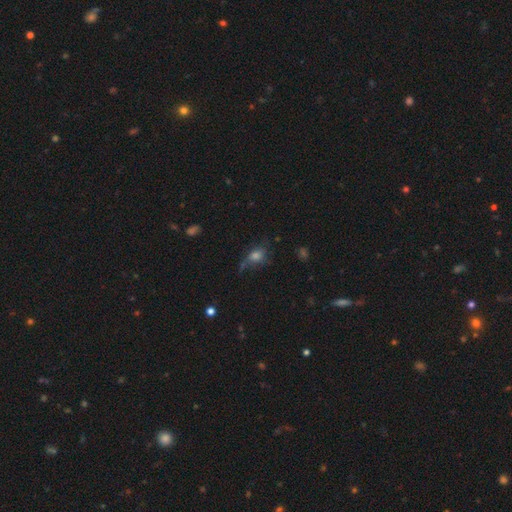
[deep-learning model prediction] Morphology: type=smooth (65%); roundness=in between (65%); merging=none (51%).